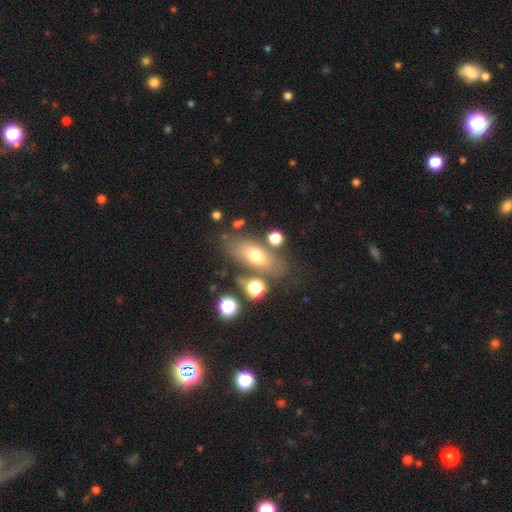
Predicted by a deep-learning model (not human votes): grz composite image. It shows a smooth galaxy with no disk features (64%) that is in between round and cigar-shaped (74%). Merging: none (72%).